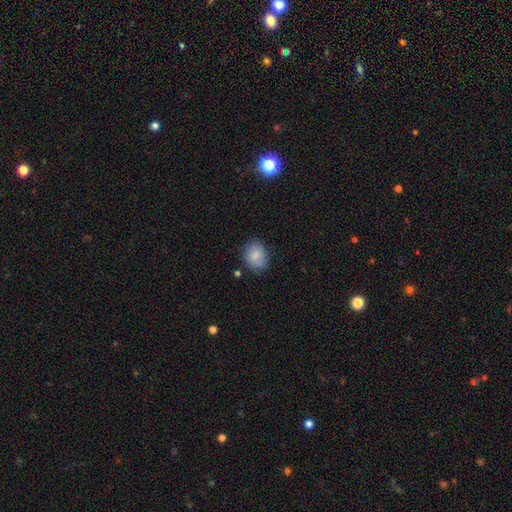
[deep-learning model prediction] Q: Smooth or featured?
A: smooth (84%); runner-up: featured or disk (9%)
Q: How rounded?
A: in between (54%); runner-up: round (45%)
Q: Merging?
A: none (76%); runner-up: minor disturbance (17%)